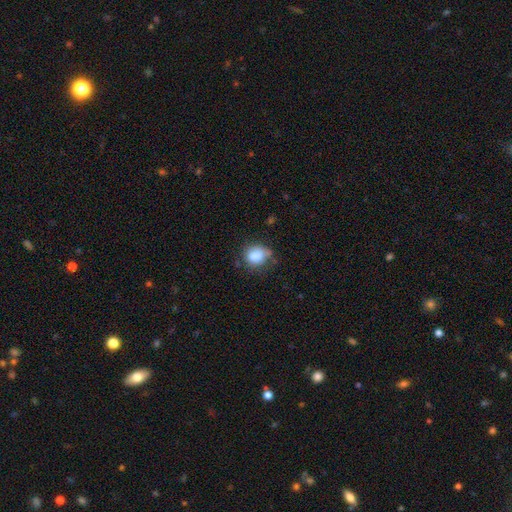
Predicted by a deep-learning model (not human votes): Smooth or featured? smooth (82%)
How rounded? round (61%)
Merging? none (52%)